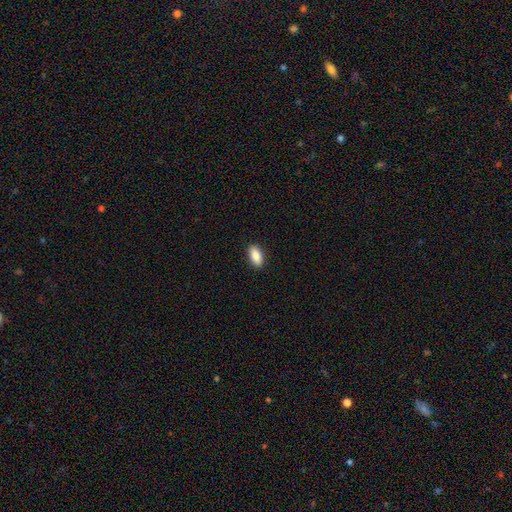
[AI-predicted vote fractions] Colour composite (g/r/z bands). It shows a smooth galaxy with no disk features (87%) that is in between round and cigar-shaped (88%). Merging: none (90%).